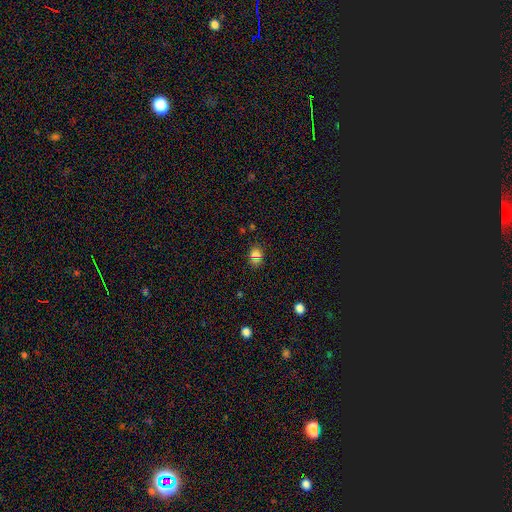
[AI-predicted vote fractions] Smooth or featured?
  - smooth: 78% *
  - star or artifact: 13%
  - featured or disk: 8%
How rounded?
  - round: 54% *
  - in between: 45%
  - cigar-shaped: 1%
Merging?
  - none: 64% *
  - minor disturbance: 21%
  - merger: 9%
  - major disturbance: 6%